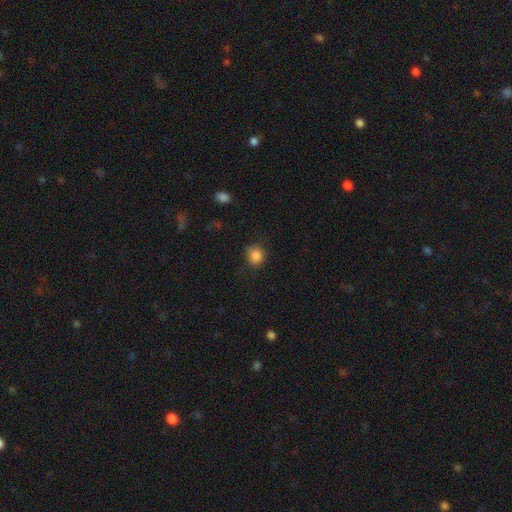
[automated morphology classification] Q: Smooth or featured?
A: smooth (86%); runner-up: star or artifact (11%)
Q: How rounded?
A: round (78%); runner-up: in between (21%)
Q: Merging?
A: none (78%); runner-up: minor disturbance (17%)